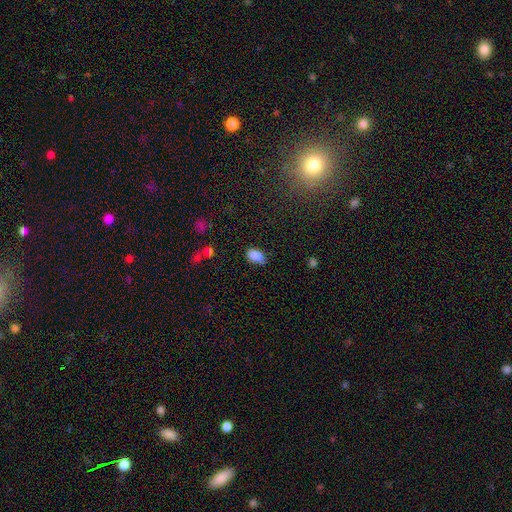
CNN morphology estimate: Overall: smooth (86%). How rounded: in between (90%). Merging: none (67%).